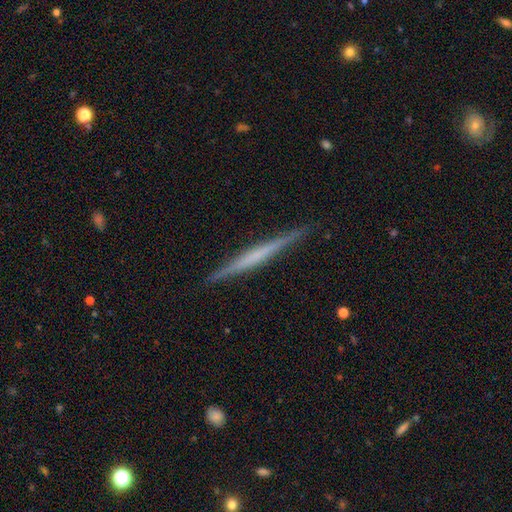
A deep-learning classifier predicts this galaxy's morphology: type=featured or disk (63%); edge-on=yes (98%); edge-on bulge=none (76%); merging=none (91%).